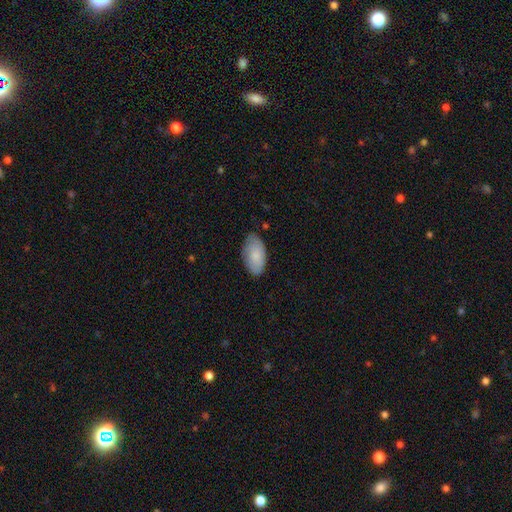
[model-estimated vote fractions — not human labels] smooth_or_featured: smooth (p=0.81) [alt: featured or disk p=0.13]
how_rounded: in between (p=0.95) [alt: round p=0.03]
merging: none (p=0.77) [alt: minor disturbance p=0.19]